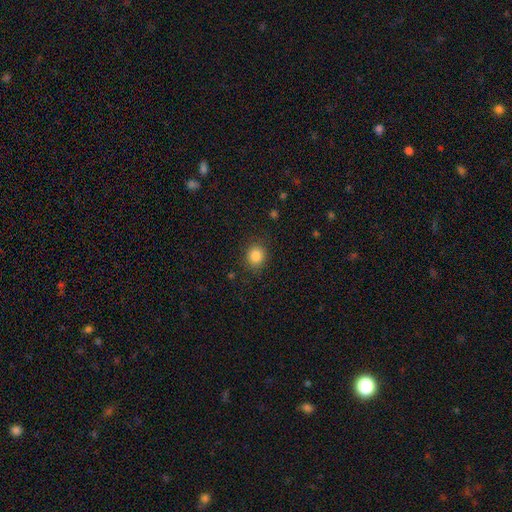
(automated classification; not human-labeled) This is clearly a smooth galaxy (85%). How rounded: likely round (80%). Merging: clearly none (86%).